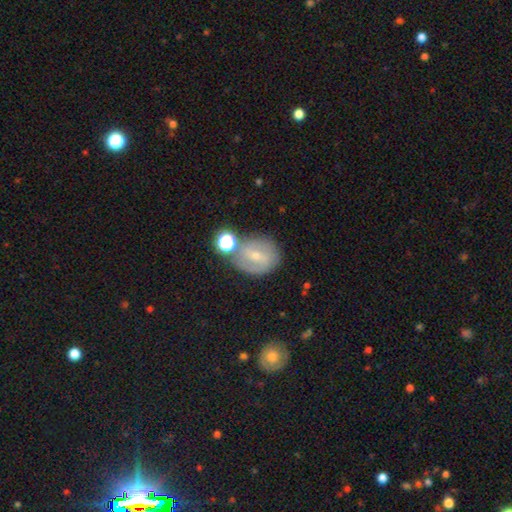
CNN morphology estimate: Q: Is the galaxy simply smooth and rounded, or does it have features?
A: featured or disk — 49%.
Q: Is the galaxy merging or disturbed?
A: none — 63%.